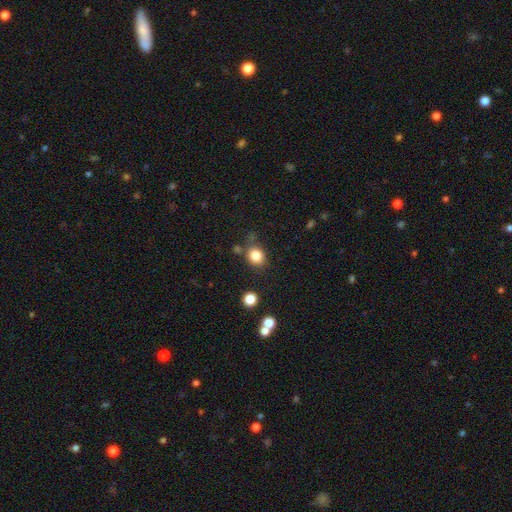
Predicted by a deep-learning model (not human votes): A smooth galaxy with no disk features (83%) that is round (72%).

Vote fractions:
- Smooth or featured? smooth: 83% / star or artifact: 11% / featured or disk: 5%
- How rounded? round: 72% / in between: 27% / cigar-shaped: 1%
- Merging? none: 74% / minor disturbance: 14% / merger: 7% / major disturbance: 5%